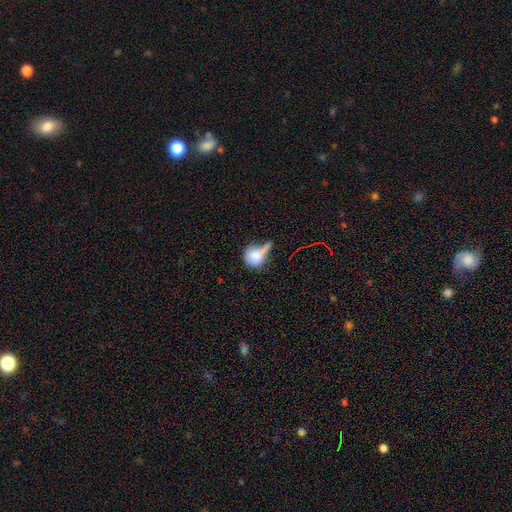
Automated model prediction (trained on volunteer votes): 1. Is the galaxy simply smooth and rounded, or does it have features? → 73% smooth, 17% featured or disk, 10% star or artifact.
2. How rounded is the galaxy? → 70% round, 27% in between, 3% cigar-shaped.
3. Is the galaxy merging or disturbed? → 32% none, 24% minor disturbance, 23% major disturbance, 21% merger.